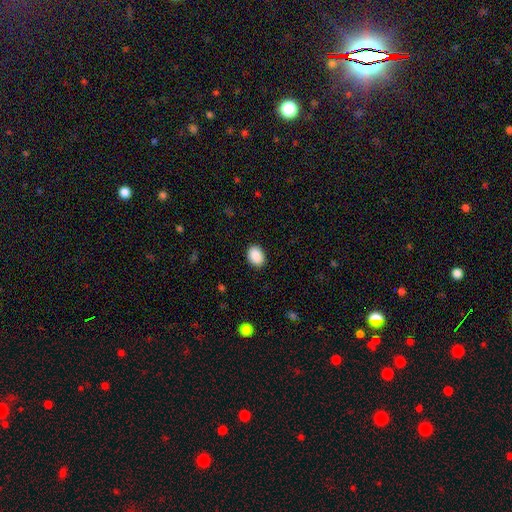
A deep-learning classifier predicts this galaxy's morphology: A smooth galaxy with no disk features (91%) that is in between round and cigar-shaped (69%). Merging: none (90%).